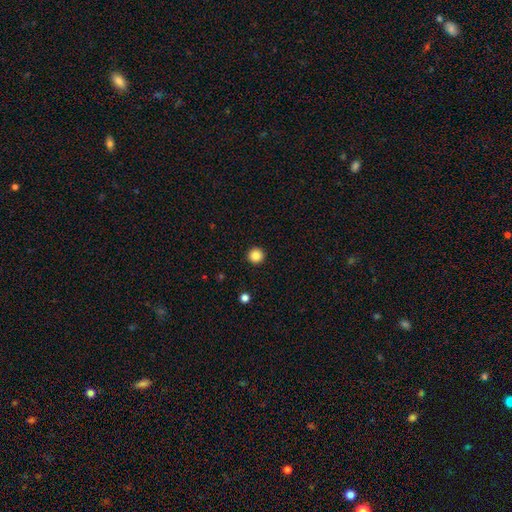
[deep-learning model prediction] The model was most divided on "smooth or featured": smooth: 86%, star or artifact: 10%, featured or disk: 4%. More confident: how rounded — round (96%); merging — none (94%).